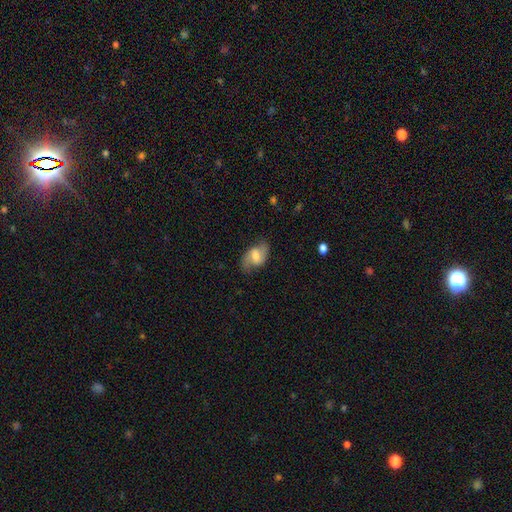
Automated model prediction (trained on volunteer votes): smooth-or-featured: featured or disk: 68% | smooth: 25% | star or artifact: 7%
  disk-edge-on: no: 97% | yes: 3%
    bar: weak: 54% | strong: 24% | no: 22%
    has-spiral-arms: yes: 91% | no: 9%
      spiral-winding: loose: 45% | medium: 42% | tight: 13%
      spiral-arm-count: 2: 90% | can't tell: 5% | 1: 2% | 3: 1% | 4: 1% | more than 4: 1%
    bulge-size: moderate: 48% | small: 31% | large: 10% | none: 9% | dominant: 2%
  merging: none: 75% | minor disturbance: 17% | major disturbance: 6% | merger: 1%